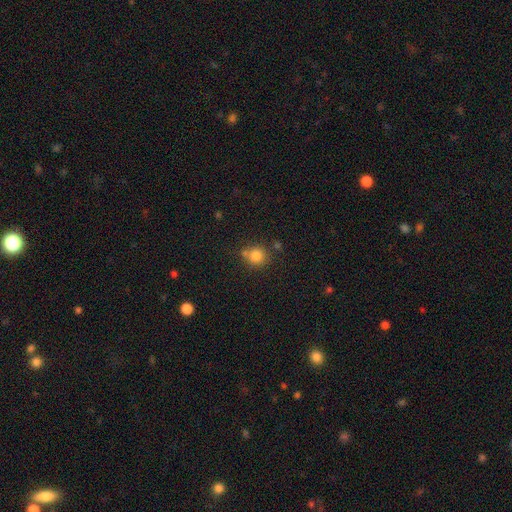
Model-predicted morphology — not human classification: A smooth galaxy with no disk features (82%) that is round (87%). Merging: none (64%).